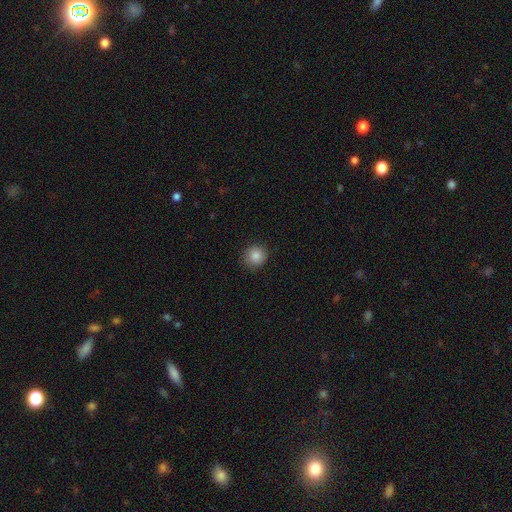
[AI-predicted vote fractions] Q: Smooth or featured?
A: smooth (85%); runner-up: star or artifact (9%)
Q: How rounded?
A: round (90%); runner-up: in between (9%)
Q: Merging?
A: none (88%); runner-up: minor disturbance (9%)